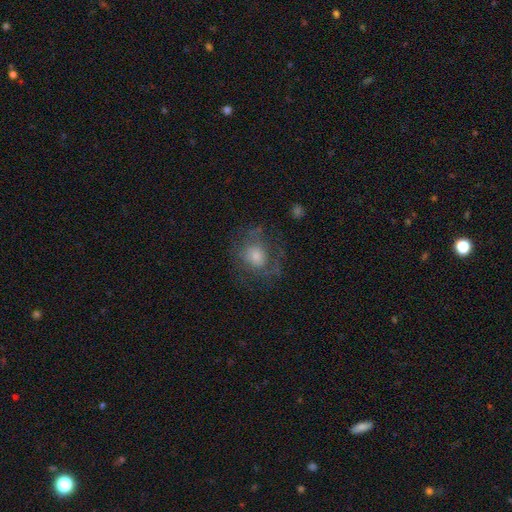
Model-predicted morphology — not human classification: The model was most divided on "smooth or featured": featured or disk: 44%, smooth: 43%, star or artifact: 13%. More confident: merging — none (61%).